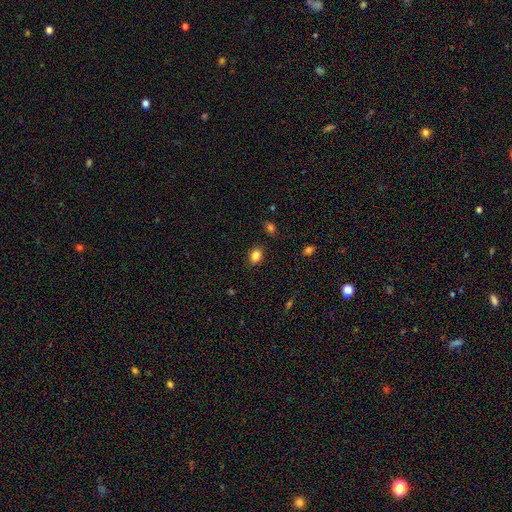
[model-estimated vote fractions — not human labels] smooth 84%, star or artifact 11%, featured or disk 5%. Down the decision tree: how rounded — in between (64%); merging — none (87%).